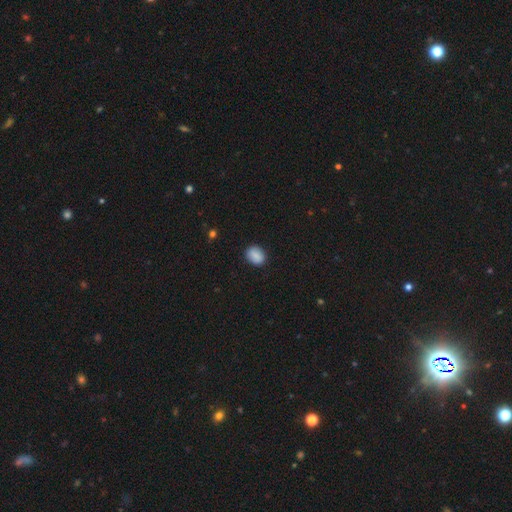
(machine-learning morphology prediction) Smooth or featured? Predicted: smooth (p=0.88). How rounded? Predicted: in between (p=0.65). Merging? Predicted: none (p=0.86).